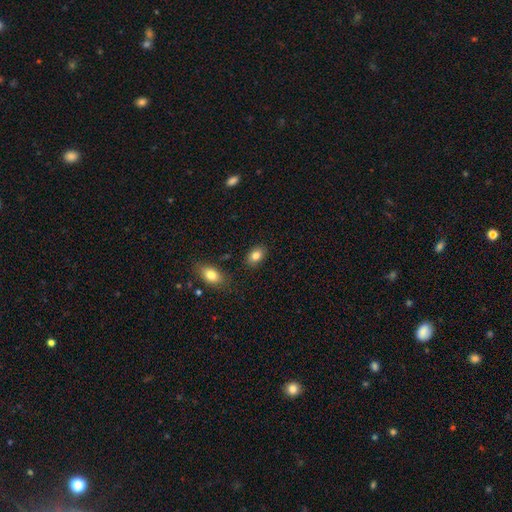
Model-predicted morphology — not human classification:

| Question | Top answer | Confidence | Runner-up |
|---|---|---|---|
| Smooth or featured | smooth | 83% | star or artifact (9%) |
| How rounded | in between | 83% | round (15%) |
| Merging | none | 85% | minor disturbance (10%) |